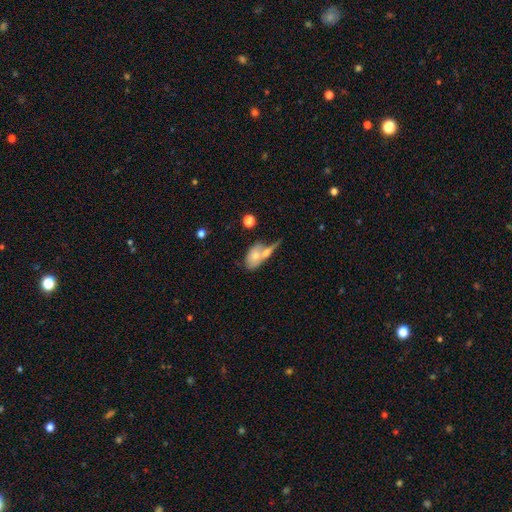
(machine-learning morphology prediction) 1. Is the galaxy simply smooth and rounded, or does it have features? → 66% smooth, 27% featured or disk, 7% star or artifact.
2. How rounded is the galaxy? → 85% in between, 10% round, 5% cigar-shaped.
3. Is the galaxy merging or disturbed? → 49% merger, 30% none, 13% minor disturbance, 8% major disturbance.